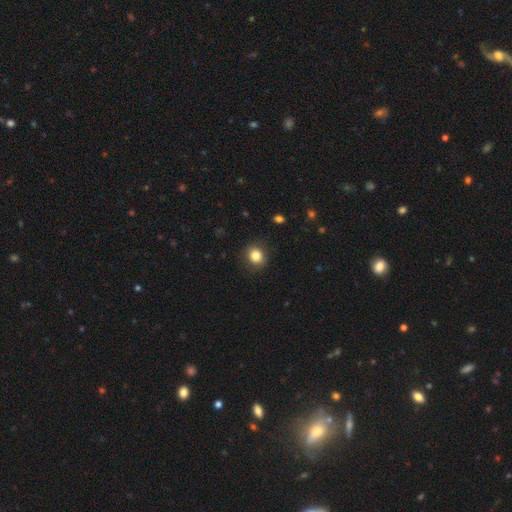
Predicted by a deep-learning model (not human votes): Smooth or featured? smooth (83%)
How rounded? round (77%)
Merging? none (89%)